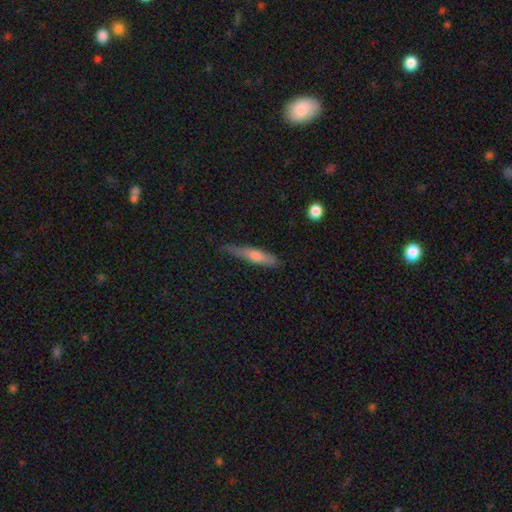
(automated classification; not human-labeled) The model was most divided on "smooth or featured": smooth: 51%, featured or disk: 42%, star or artifact: 7%. More confident: how rounded — cigar-shaped (88%); merging — none (73%).